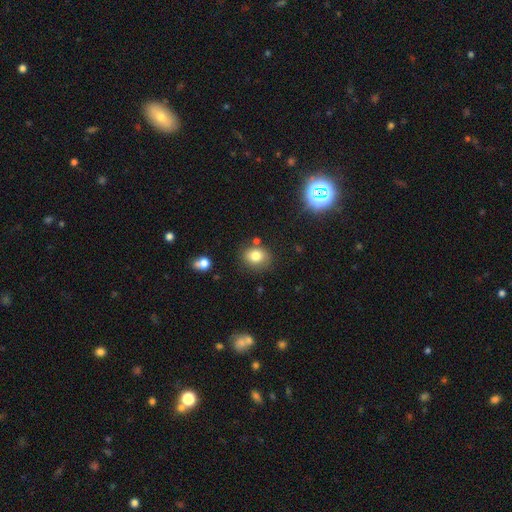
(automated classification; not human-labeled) Morphology: type=smooth (79%); roundness=round (59%); merging=none (77%).